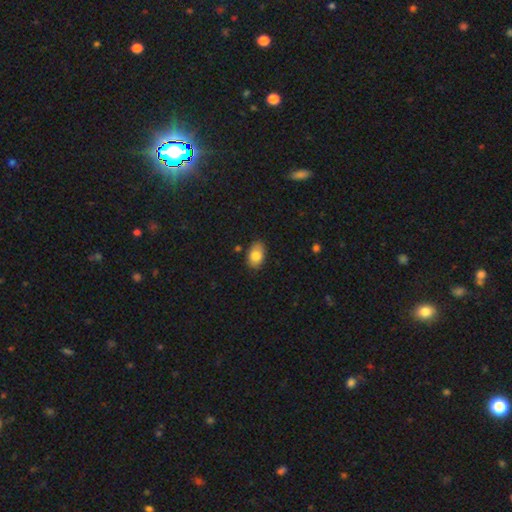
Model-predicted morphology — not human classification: A smooth galaxy with no disk features (80%) that is in between round and cigar-shaped (87%). Merging: none (81%).